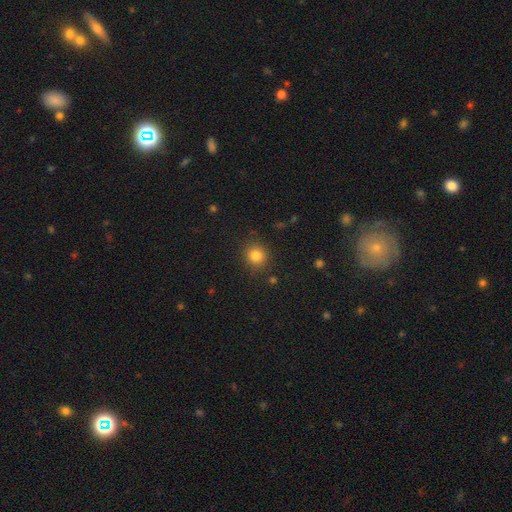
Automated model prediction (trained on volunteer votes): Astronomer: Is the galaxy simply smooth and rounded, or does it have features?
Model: smooth — 82%.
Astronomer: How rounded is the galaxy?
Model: round — 89%.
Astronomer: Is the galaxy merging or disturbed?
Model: none — 87%.